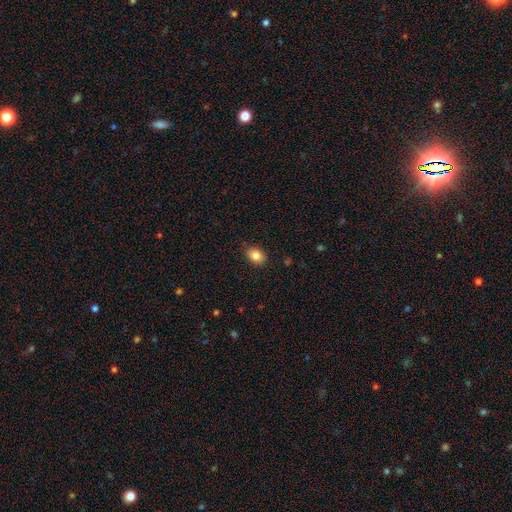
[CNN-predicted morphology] Smooth or featured? smooth (84%)
How rounded? in between (75%)
Merging? none (87%)